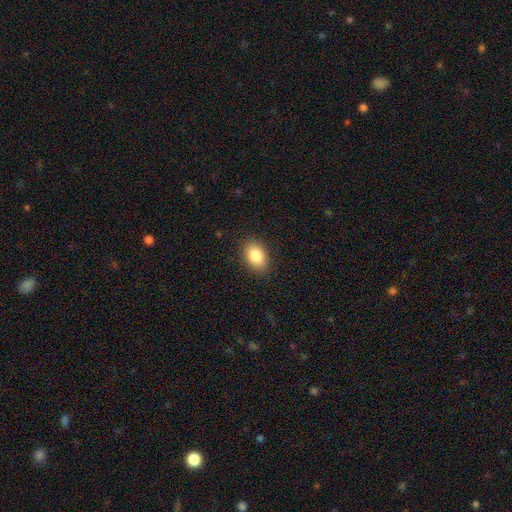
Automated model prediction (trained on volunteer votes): smooth 85%, star or artifact 8%, featured or disk 7%. Down the decision tree: how rounded — in between (87%); merging — none (88%).